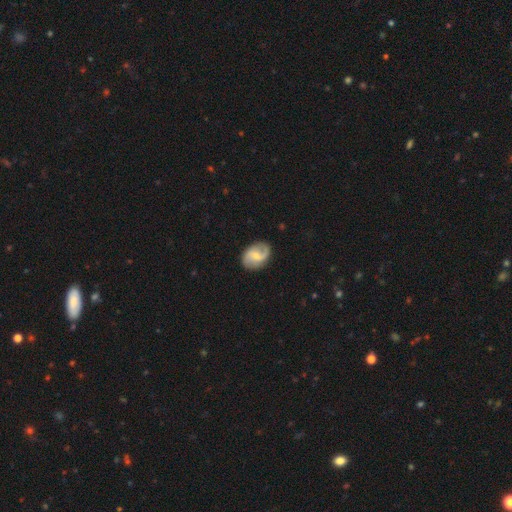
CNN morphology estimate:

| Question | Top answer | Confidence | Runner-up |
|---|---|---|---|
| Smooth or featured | featured or disk | 71% | smooth (23%) |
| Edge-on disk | no | 97% | yes (3%) |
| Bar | weak | 51% | no (33%) |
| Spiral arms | yes | 91% | no (9%) |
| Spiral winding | loose | 55% | medium (33%) |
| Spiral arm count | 2 | 85% | 1 (6%) |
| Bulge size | small | 53% | moderate (37%) |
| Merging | none | 80% | minor disturbance (14%) |